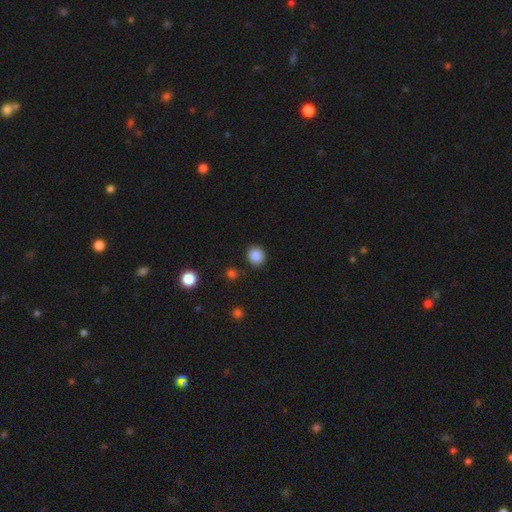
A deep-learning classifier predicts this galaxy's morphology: Q: Smooth or featured?
A: smooth (87%); runner-up: star or artifact (10%)
Q: How rounded?
A: round (83%); runner-up: in between (16%)
Q: Merging?
A: none (88%); runner-up: minor disturbance (8%)